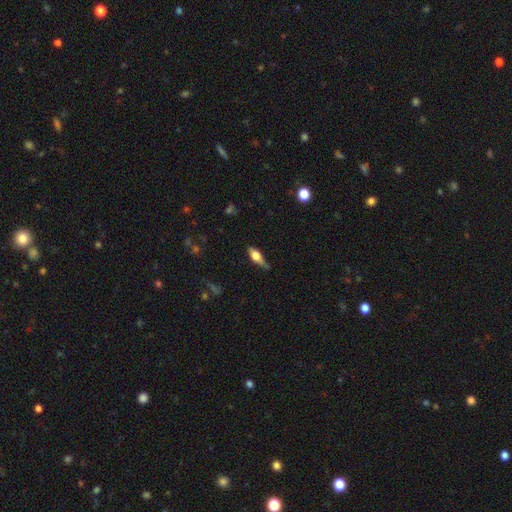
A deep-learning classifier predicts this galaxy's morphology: This appears to be a smooth galaxy with no disk features (51%) that is in between round and cigar-shaped (58%). Merging: none (60%).